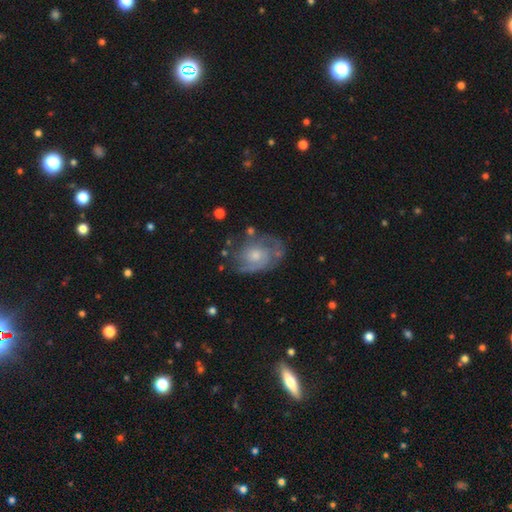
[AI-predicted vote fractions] Q: Smooth or featured?
A: featured or disk (78%); runner-up: smooth (16%)
Q: Edge-on disk?
A: no (97%); runner-up: yes (3%)
Q: Bar?
A: no (74%); runner-up: weak (23%)
Q: Spiral arms?
A: yes (89%); runner-up: no (11%)
Q: Spiral winding?
A: tight (50%); runner-up: medium (37%)
Q: Spiral arm count?
A: 2 (45%); runner-up: can't tell (27%)
Q: Bulge size?
A: moderate (51%); runner-up: small (38%)
Q: Merging?
A: none (64%); runner-up: minor disturbance (22%)